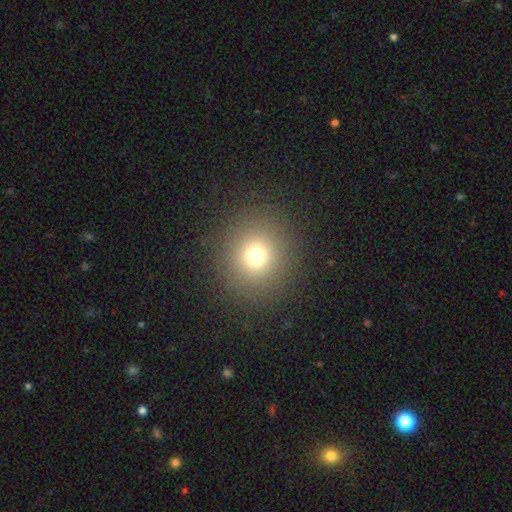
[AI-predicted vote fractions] Smooth or featured? smooth (71%)
How rounded? round (92%)
Merging? none (89%)